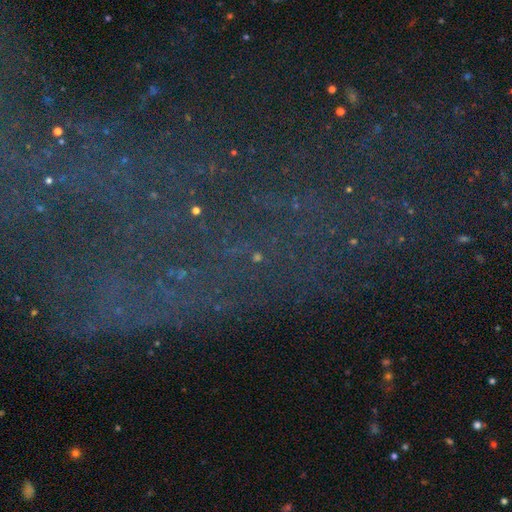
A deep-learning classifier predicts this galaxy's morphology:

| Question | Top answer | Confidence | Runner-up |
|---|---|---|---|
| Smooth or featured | star or artifact | 75% | featured or disk (13%) |